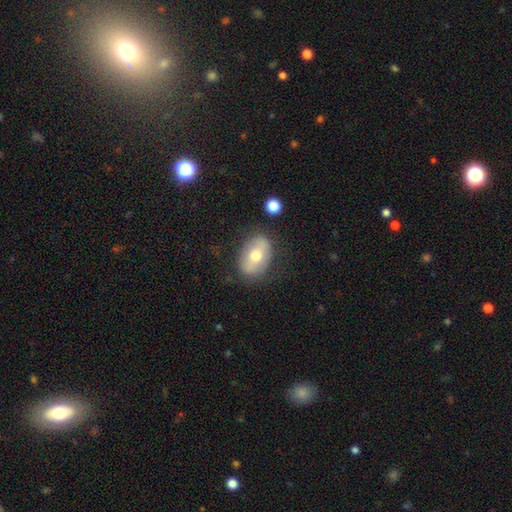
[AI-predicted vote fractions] Smooth or featured? Predicted: smooth (p=0.53). How rounded? Predicted: in between (p=0.80). Merging? Predicted: none (p=0.79).